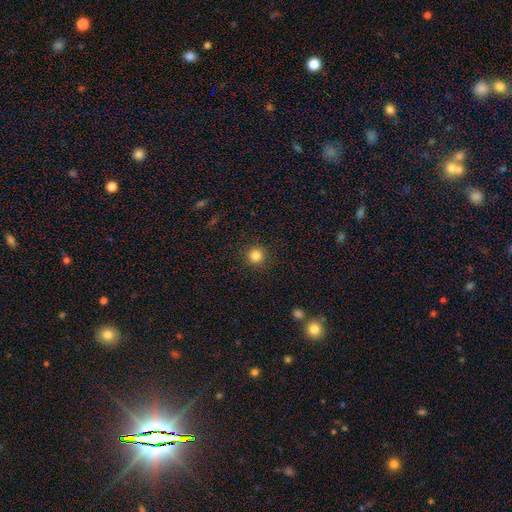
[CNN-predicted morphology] Q: Smooth or featured?
A: smooth (85%); runner-up: star or artifact (12%)
Q: How rounded?
A: round (95%); runner-up: in between (4%)
Q: Merging?
A: none (91%); runner-up: minor disturbance (6%)